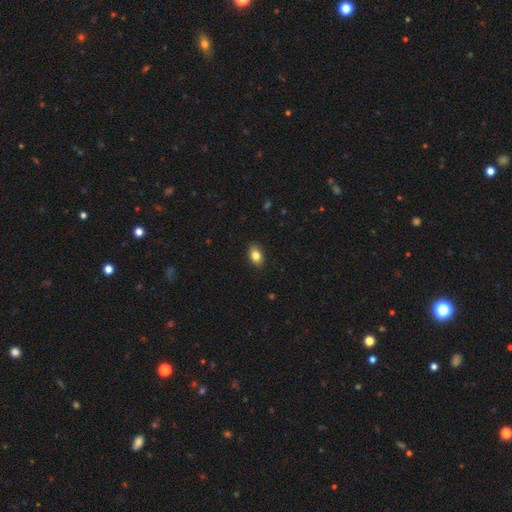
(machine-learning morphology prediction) smooth-or-featured: smooth: 84% | star or artifact: 8% | featured or disk: 8%
  how-rounded: in between: 85% | round: 14% | cigar-shaped: 2%
  merging: none: 88% | minor disturbance: 9% | major disturbance: 2% | merger: 1%